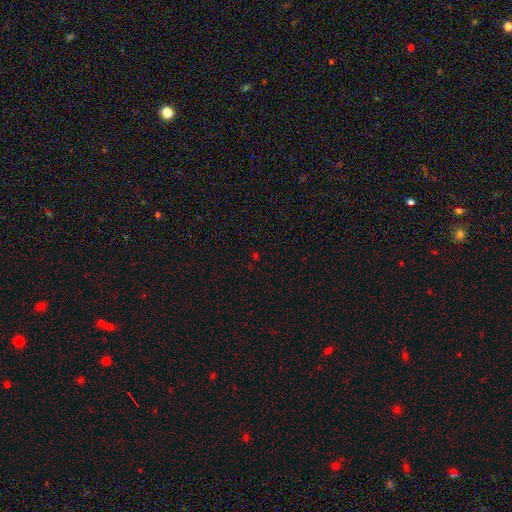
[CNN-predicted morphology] A star or artifact, not a galaxy (62%).

Vote fractions:
- Smooth or featured? star or artifact: 62% / smooth: 30% / featured or disk: 7%